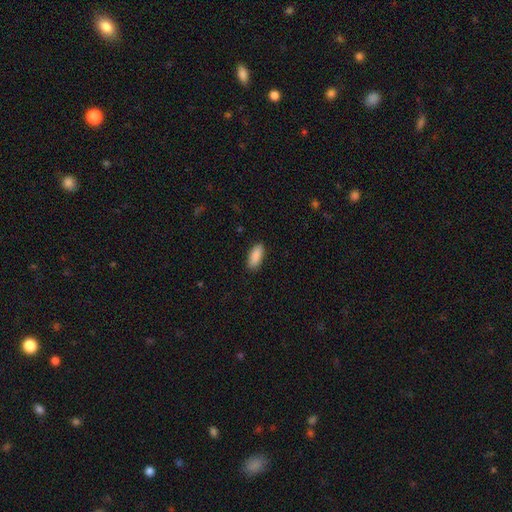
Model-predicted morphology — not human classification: Smooth or featured: smooth — 91% (star or artifact — 6%)
How rounded: in between — 86% (cigar-shaped — 13%)
Merging: none — 87% (minor disturbance — 10%)